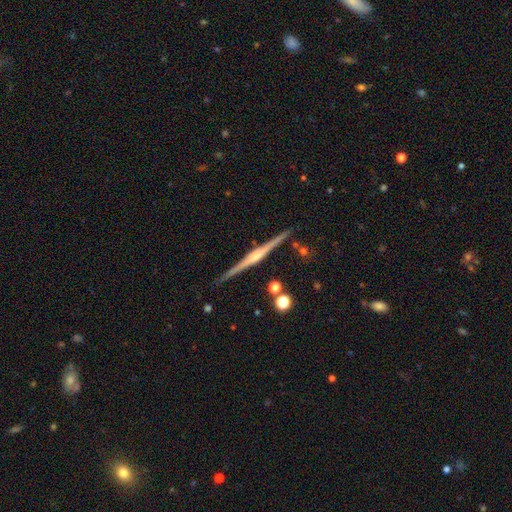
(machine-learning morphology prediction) This is clearly a featured or disk galaxy (85%). It is clearly viewed edge-on (99%). Edge-on bulge: likely rounded (78%). Merging: clearly none (90%).